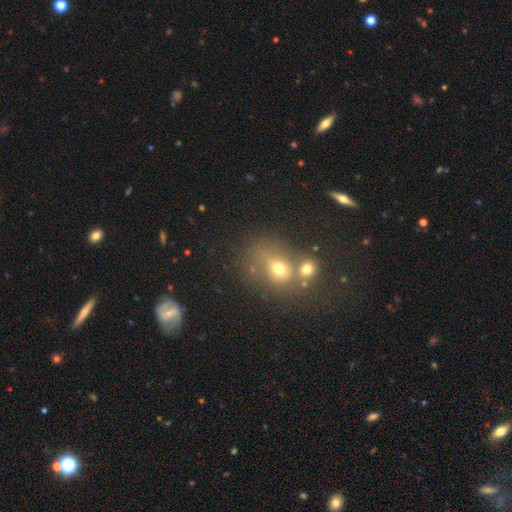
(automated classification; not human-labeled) A smooth galaxy with no disk features (52%) that is round (55%).

Vote fractions:
- Smooth or featured? smooth: 52% / star or artifact: 27% / featured or disk: 20%
- How rounded? round: 55% / in between: 43% / cigar-shaped: 2%
- Merging? merger: 44% / none: 39% / minor disturbance: 11% / major disturbance: 6%